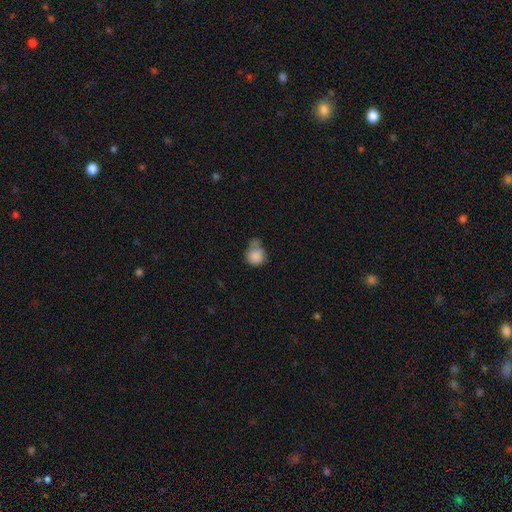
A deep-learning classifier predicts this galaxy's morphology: A smooth galaxy with no disk features (83%) that is round (77%). Merging: none (38%).